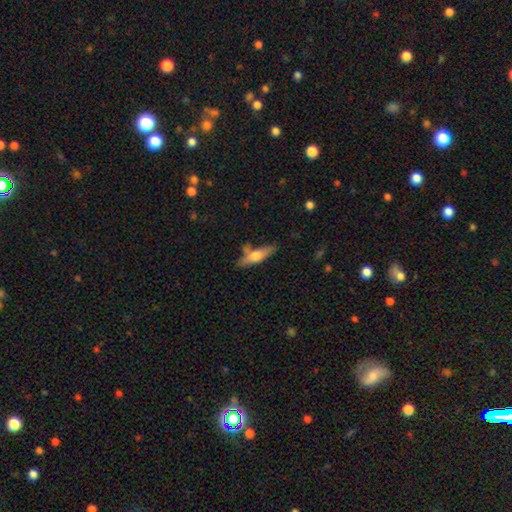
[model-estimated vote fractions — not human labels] Q: Smooth or featured?
A: smooth (59%); runner-up: featured or disk (35%)
Q: How rounded?
A: cigar-shaped (59%); runner-up: in between (39%)
Q: Merging?
A: none (66%); runner-up: minor disturbance (18%)